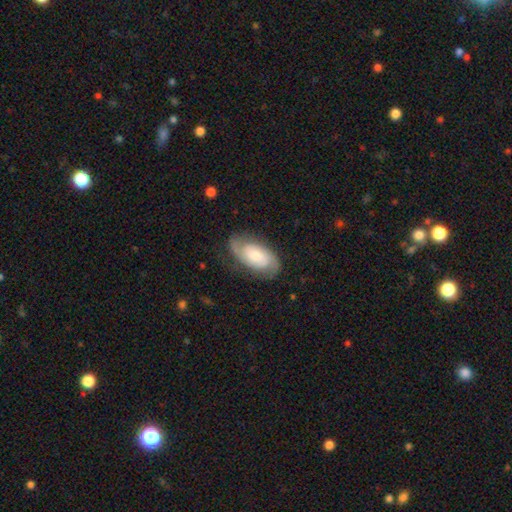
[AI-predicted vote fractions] This is likely a featured or disk galaxy (70%). It is clearly not viewed edge-on (95%). Bar: possibly no (57%). Spiral arm pattern: clearly yes (93%). Spiral arm count: clearly 2 (81%). Spiral winding: marginally tight (44%). Central bulge: marginally small (38%, tied with moderate). Merging: likely none (74%).